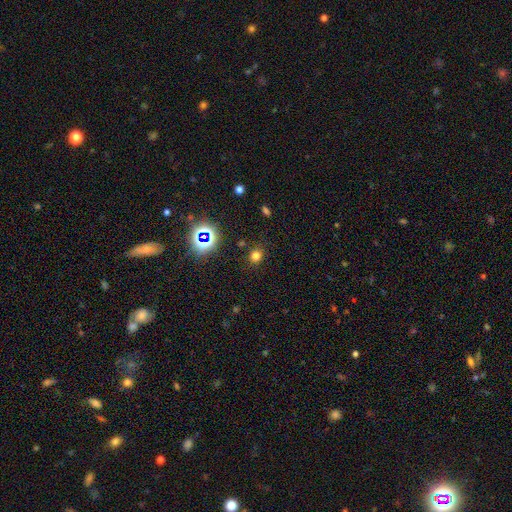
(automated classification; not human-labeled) A smooth galaxy with no disk features (70%) that is round (79%). Merging: none (84%).